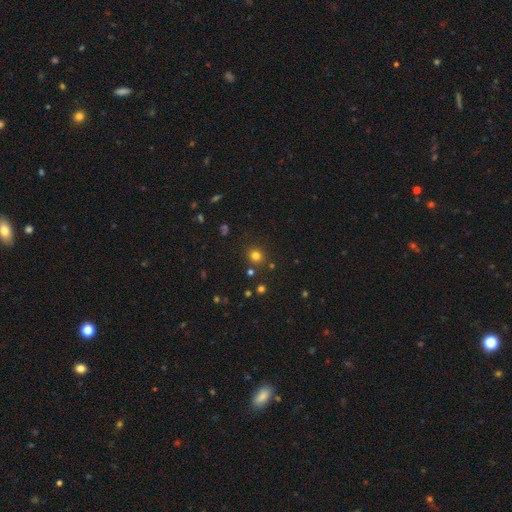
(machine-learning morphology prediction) smooth 76%, star or artifact 18%, featured or disk 6%. Down the decision tree: how rounded — round (88%); merging — none (86%).